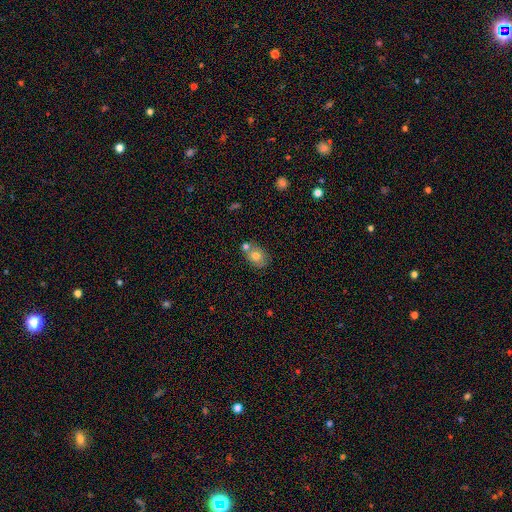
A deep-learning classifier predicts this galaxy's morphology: Smooth or featured? Predicted: smooth (p=0.73). How rounded? Predicted: in between (p=0.65). Merging? Predicted: none (p=0.52).